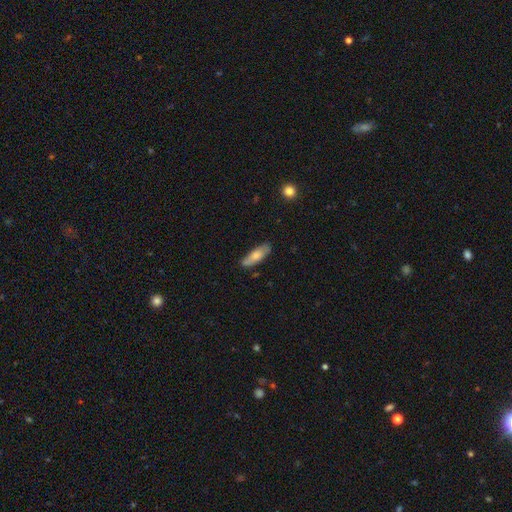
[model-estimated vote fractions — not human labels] A smooth galaxy with no disk features (70%) that is in between round and cigar-shaped (53%).

Vote fractions:
- Smooth or featured? smooth: 70% / featured or disk: 24% / star or artifact: 6%
- How rounded? in between: 53% / cigar-shaped: 45% / round: 2%
- Merging? none: 75% / minor disturbance: 20% / major disturbance: 3% / merger: 2%